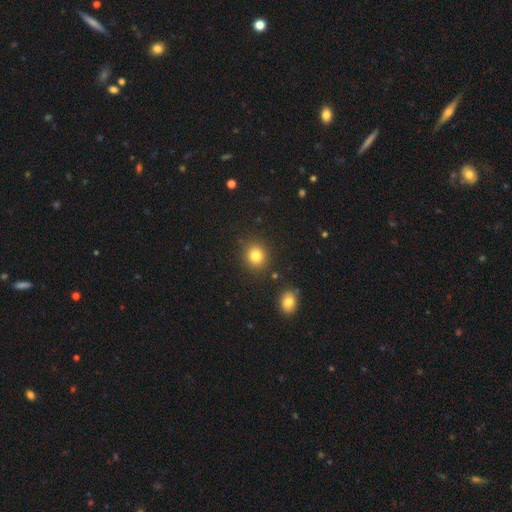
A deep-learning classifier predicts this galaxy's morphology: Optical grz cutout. It shows a smooth galaxy with no disk features (82%) that is round (84%). Merging: none (87%).